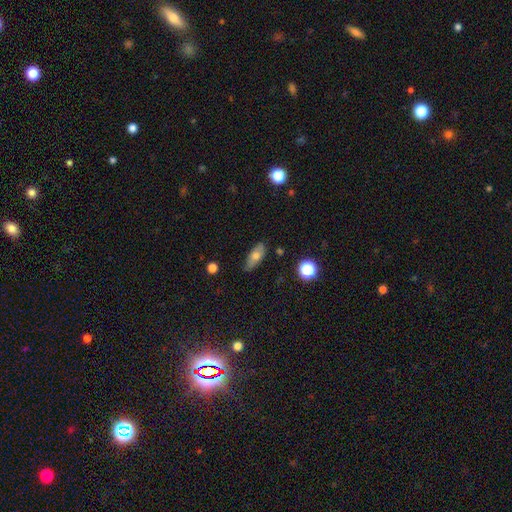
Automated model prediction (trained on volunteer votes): The model was most divided on "smooth or featured": smooth: 65%, featured or disk: 26%, star or artifact: 9%. More confident: how rounded — in between (77%); merging — none (76%).